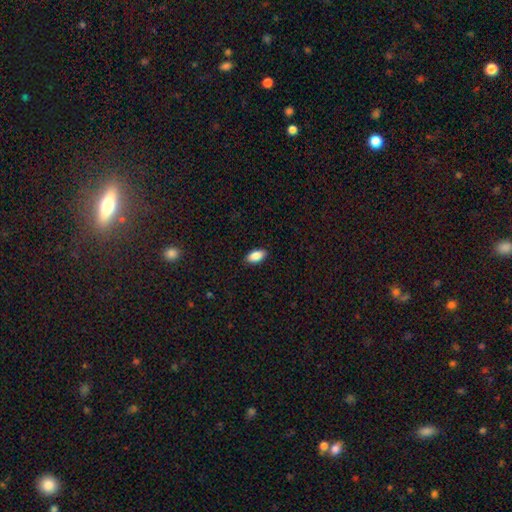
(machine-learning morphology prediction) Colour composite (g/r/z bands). It shows a smooth galaxy with no disk features (89%) that is in between round and cigar-shaped (93%). Merging: none (89%).